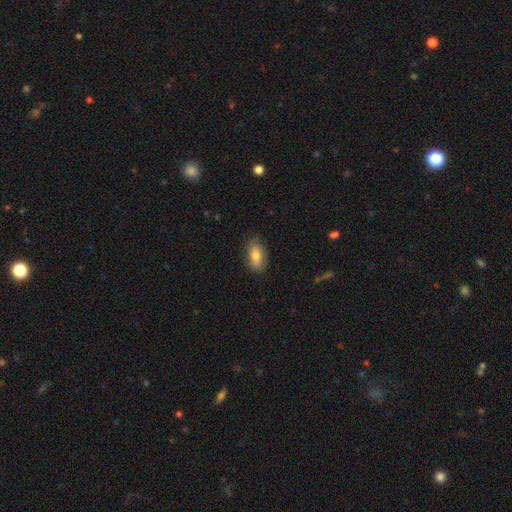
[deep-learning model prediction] Smooth or featured?
  - smooth: 76% *
  - featured or disk: 17%
  - star or artifact: 7%
How rounded?
  - in between: 87% *
  - cigar-shaped: 8%
  - round: 4%
Merging?
  - none: 80% *
  - minor disturbance: 16%
  - major disturbance: 3%
  - merger: 1%